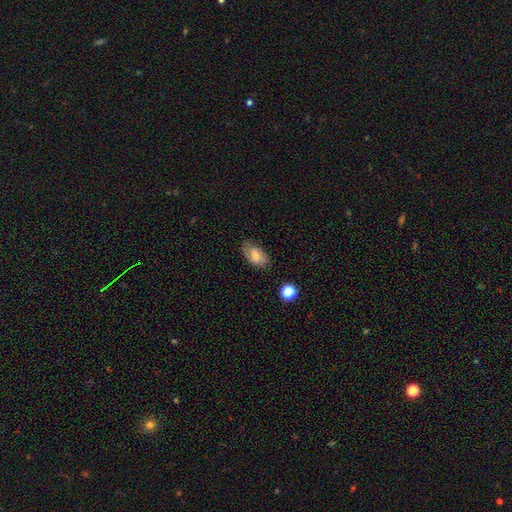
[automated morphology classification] Overall: smooth (63%; featured or disk 28%). How rounded: in between (91%). Merging: none (72%).